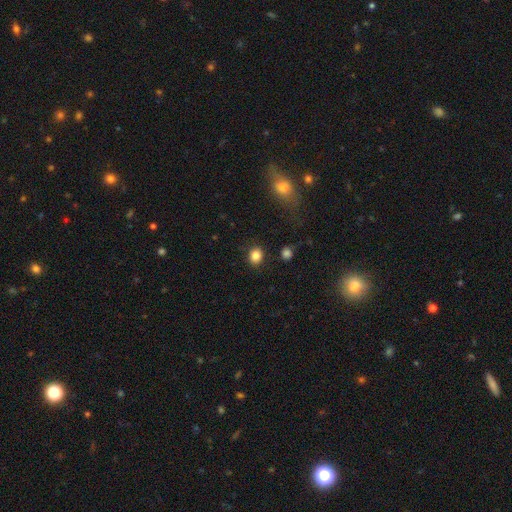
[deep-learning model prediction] Smooth or featured? smooth (85%)
How rounded? round (64%)
Merging? none (86%)